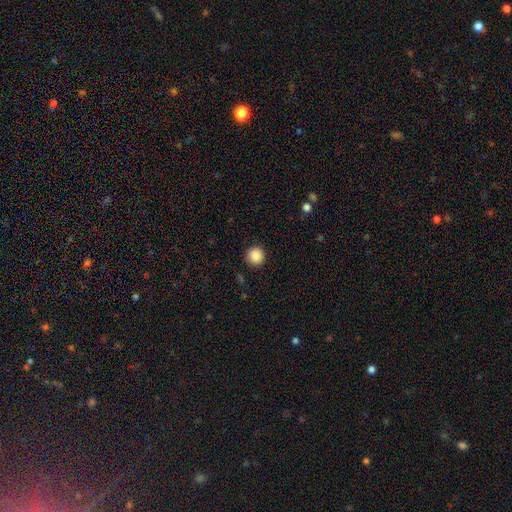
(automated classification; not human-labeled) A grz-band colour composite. It shows a smooth galaxy with no disk features (88%) that is round (93%). Merging: none (90%).